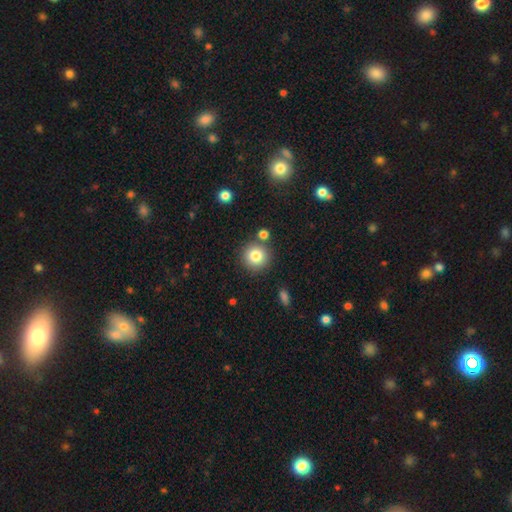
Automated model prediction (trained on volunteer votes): Smooth or featured? Predicted: smooth (p=0.81). How rounded? Predicted: round (p=0.93). Merging? Predicted: none (p=0.81).